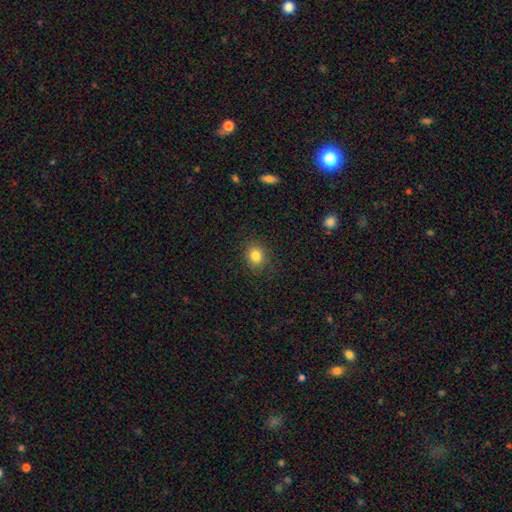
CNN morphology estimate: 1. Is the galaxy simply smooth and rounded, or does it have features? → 83% smooth, 11% star or artifact, 6% featured or disk.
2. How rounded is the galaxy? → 70% round, 29% in between, 1% cigar-shaped.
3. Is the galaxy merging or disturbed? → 86% none, 10% minor disturbance, 3% major disturbance, 1% merger.